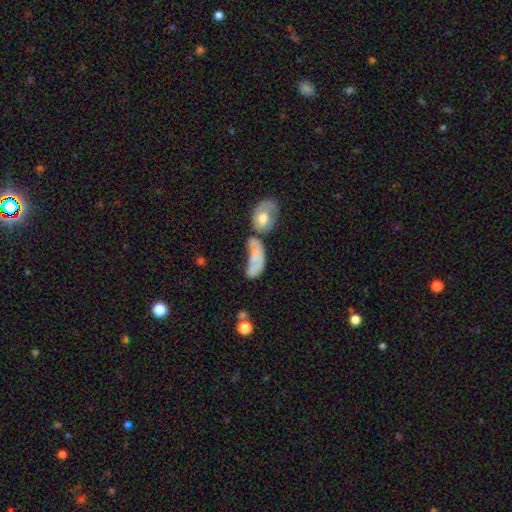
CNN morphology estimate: This is possibly a smooth galaxy (50%). How rounded: likely in between (76%). Merging: possibly merger (48%).